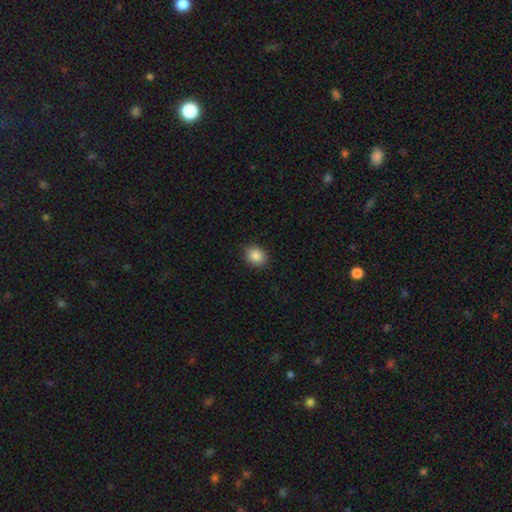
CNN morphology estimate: smooth-or-featured: smooth: 87% | star or artifact: 9% | featured or disk: 5%
  how-rounded: round: 55% | in between: 44% | cigar-shaped: 1%
  merging: none: 89% | minor disturbance: 8% | major disturbance: 2% | merger: 1%